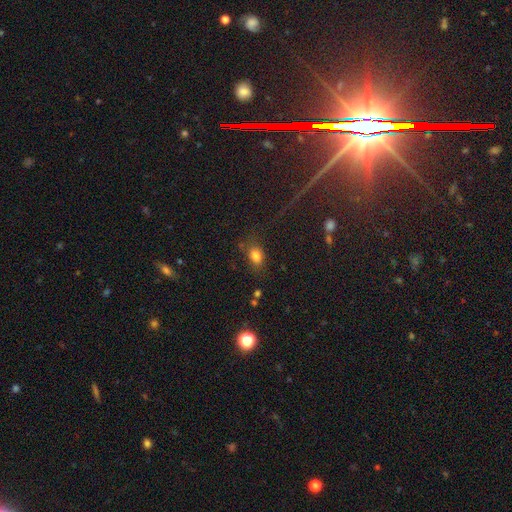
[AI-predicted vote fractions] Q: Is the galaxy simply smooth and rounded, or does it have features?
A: smooth — 78%.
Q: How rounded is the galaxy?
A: in between — 75%.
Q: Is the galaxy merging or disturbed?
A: none — 70%.